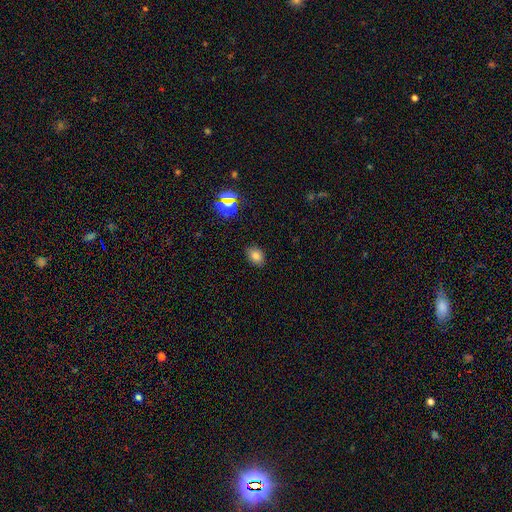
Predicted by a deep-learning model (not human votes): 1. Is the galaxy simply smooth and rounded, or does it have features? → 79% smooth, 14% star or artifact, 7% featured or disk.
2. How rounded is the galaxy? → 74% in between, 25% round, 1% cigar-shaped.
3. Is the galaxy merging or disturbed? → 87% none, 9% minor disturbance, 3% major disturbance, 1% merger.